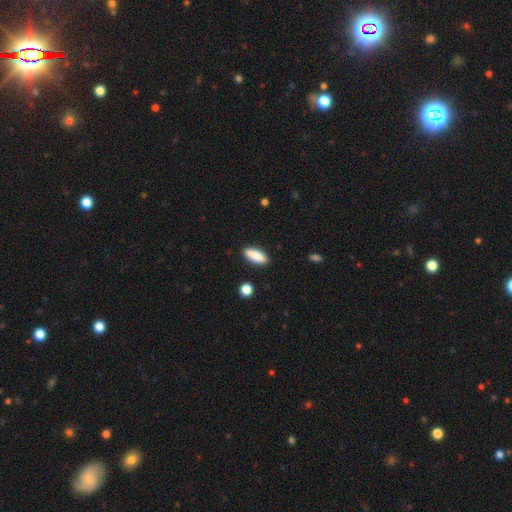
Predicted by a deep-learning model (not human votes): smooth 86%, featured or disk 8%, star or artifact 6%. Down the decision tree: how rounded — in between (65%); merging — none (87%).